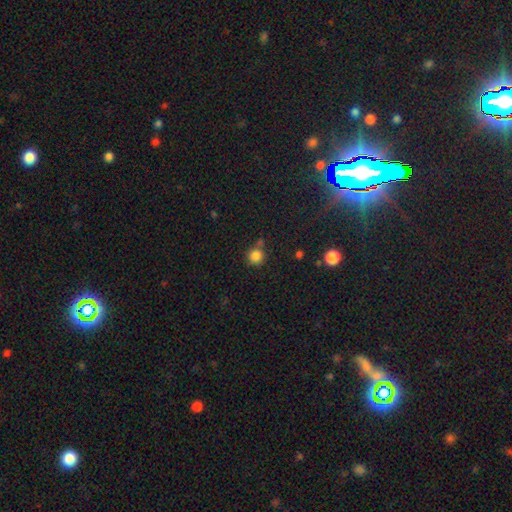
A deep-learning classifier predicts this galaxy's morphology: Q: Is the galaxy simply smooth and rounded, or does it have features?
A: smooth — 84%.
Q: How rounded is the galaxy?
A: round — 93%.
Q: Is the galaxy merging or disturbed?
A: none — 69%.